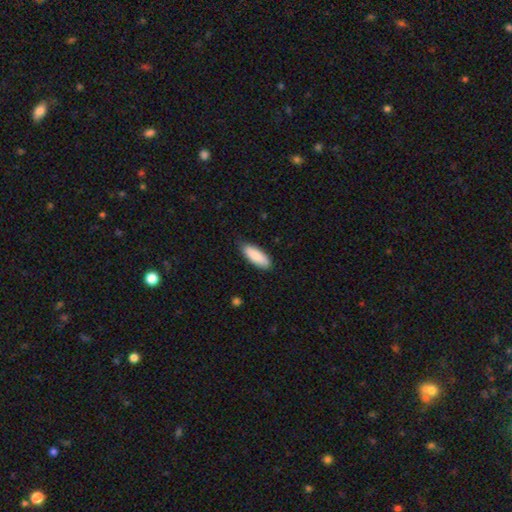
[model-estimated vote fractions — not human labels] Q: Smooth or featured?
A: smooth (88%); runner-up: featured or disk (7%)
Q: How rounded?
A: in between (71%); runner-up: cigar-shaped (28%)
Q: Merging?
A: none (84%); runner-up: minor disturbance (13%)